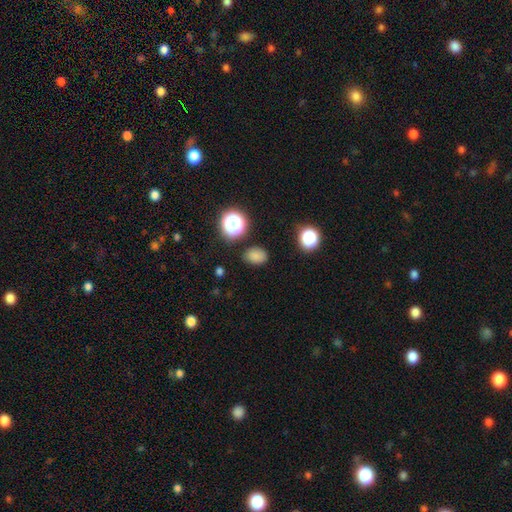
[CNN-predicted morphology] The model was most divided on "how rounded": in between: 69%, round: 30%, cigar-shaped: 1%. More confident: merging — none (81%); smooth or featured — smooth (80%).